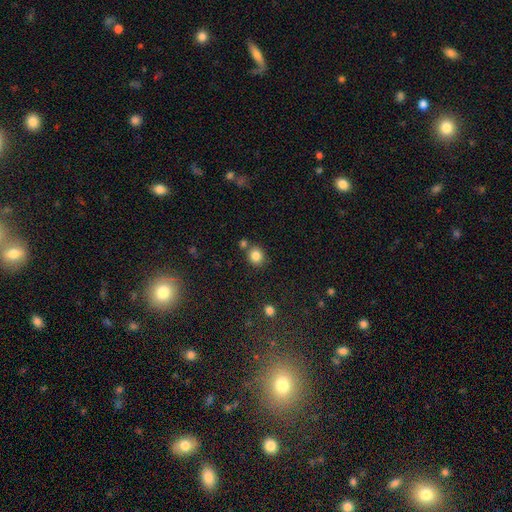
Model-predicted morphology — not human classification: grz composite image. It shows a smooth galaxy with no disk features (84%) that is round (83%). Merging: none (73%).